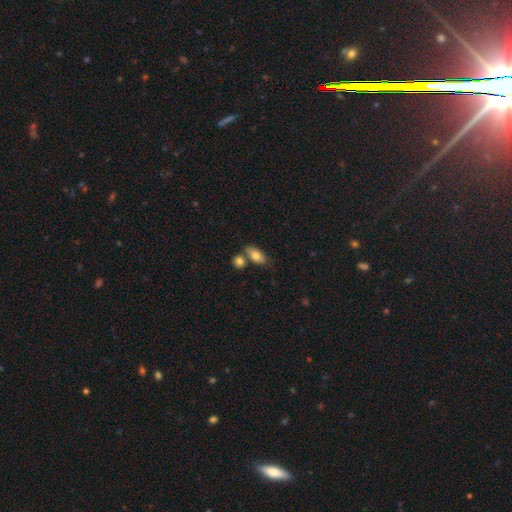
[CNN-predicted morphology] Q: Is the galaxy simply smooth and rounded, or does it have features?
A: smooth — 78%.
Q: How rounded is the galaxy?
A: in between — 88%.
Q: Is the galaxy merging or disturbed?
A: none — 54%.